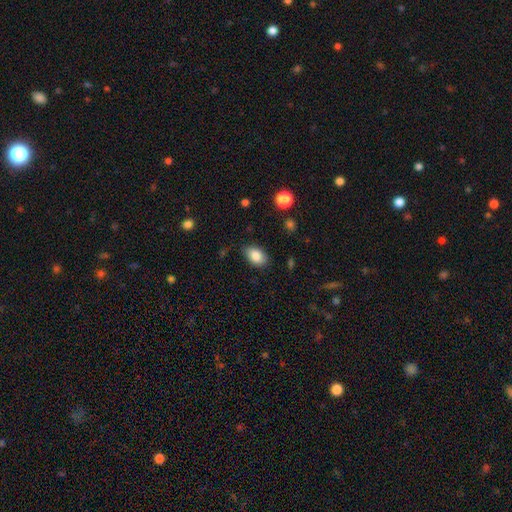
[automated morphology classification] smooth_or_featured: smooth (p=0.85) [alt: star or artifact p=0.08]
how_rounded: in between (p=0.88) [alt: round p=0.11]
merging: none (p=0.77) [alt: minor disturbance p=0.18]